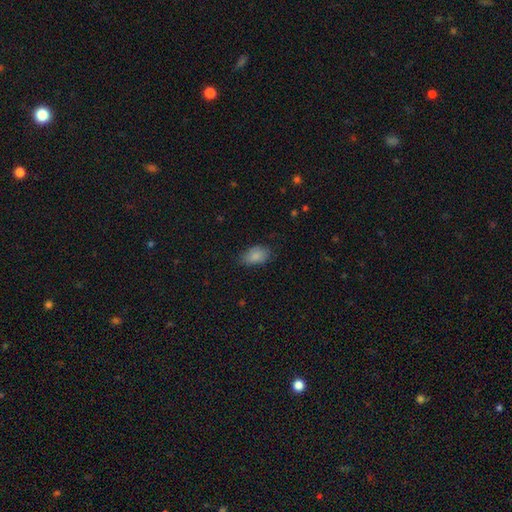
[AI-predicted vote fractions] A smooth galaxy with no disk features (86%) that is in between round and cigar-shaped (90%). Merging: none (71%).